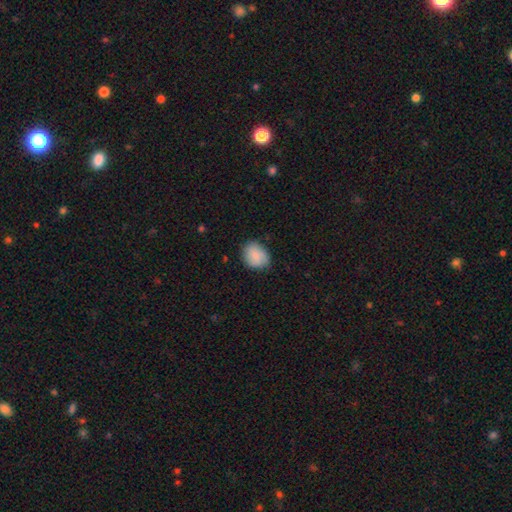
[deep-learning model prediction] This is likely a smooth galaxy (80%). How rounded: possibly round (57%). Merging: likely none (75%).